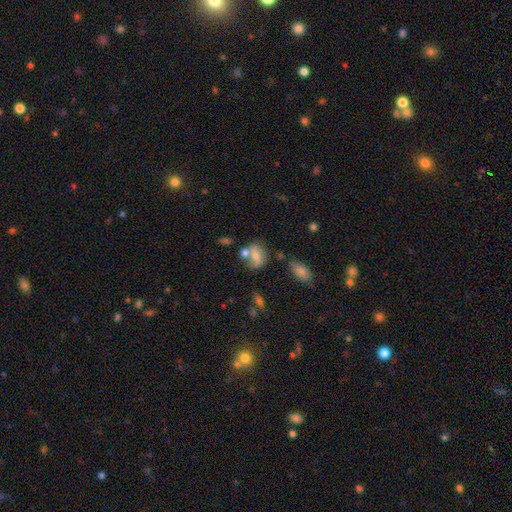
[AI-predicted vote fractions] smooth 63%, featured or disk 25%, star or artifact 11%. Down the decision tree: how rounded — in between (59%); merging — none (44%).